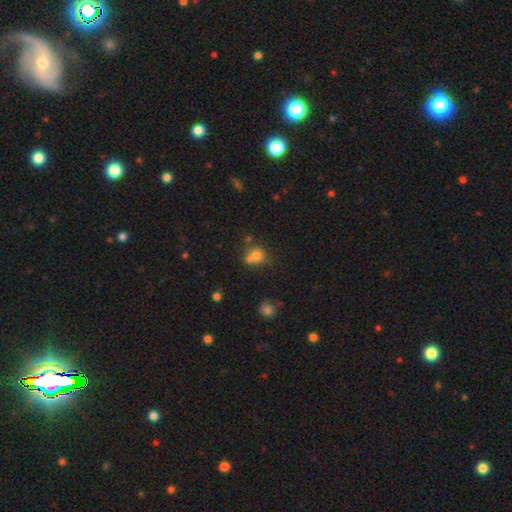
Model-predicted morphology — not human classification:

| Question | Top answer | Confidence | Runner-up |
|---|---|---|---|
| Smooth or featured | smooth | 73% | star or artifact (14%) |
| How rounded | round | 72% | in between (27%) |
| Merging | none | 41% | merger (39%) |